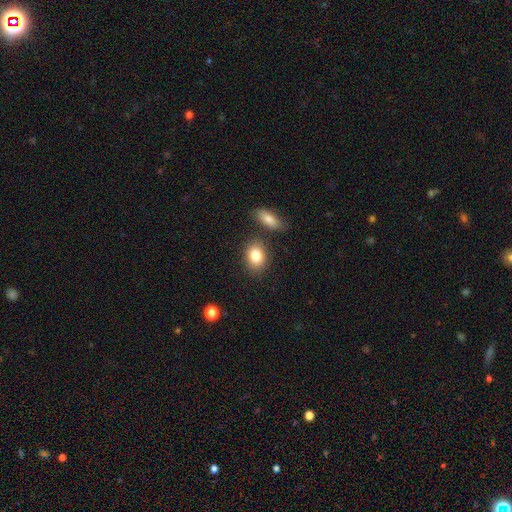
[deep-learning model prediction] smooth-or-featured: smooth: 83% | featured or disk: 9% | star or artifact: 8%
  how-rounded: in between: 69% | round: 29% | cigar-shaped: 2%
  merging: none: 75% | minor disturbance: 11% | merger: 10% | major disturbance: 3%